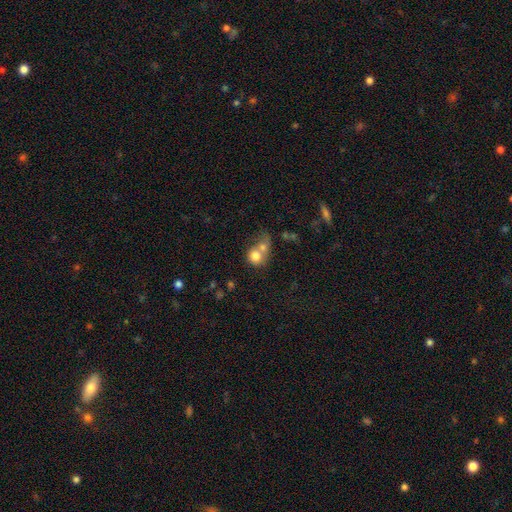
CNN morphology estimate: The model was most divided on "merging": merger: 65%, none: 23%, minor disturbance: 7%, major disturbance: 6%. More confident: how rounded — round (76%); smooth or featured — smooth (75%).